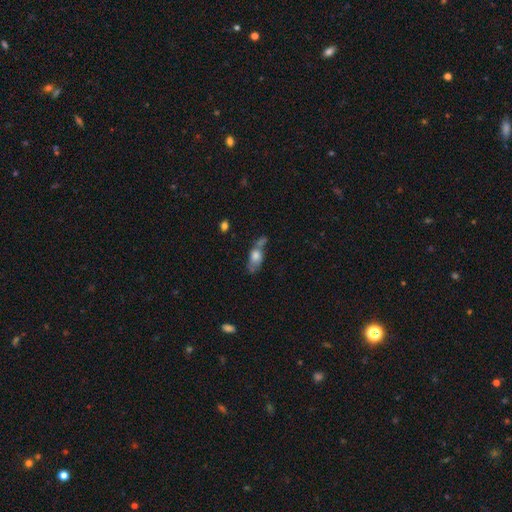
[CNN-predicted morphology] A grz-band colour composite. It shows a smooth galaxy with no disk features (67%) that is in between round and cigar-shaped (75%). Merging: merger (33%).